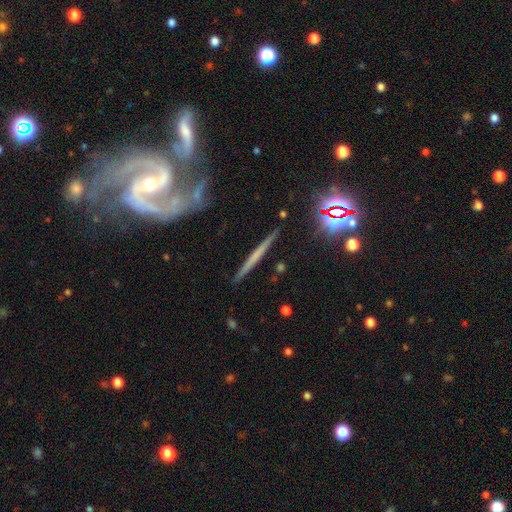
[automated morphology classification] Smooth or featured: featured or disk — 55% (smooth — 34%)
Edge-on disk: yes — 93% (no — 7%)
Edge-on bulge: none — 76% (rounded — 18%)
Merging: none — 85% (minor disturbance — 8%)